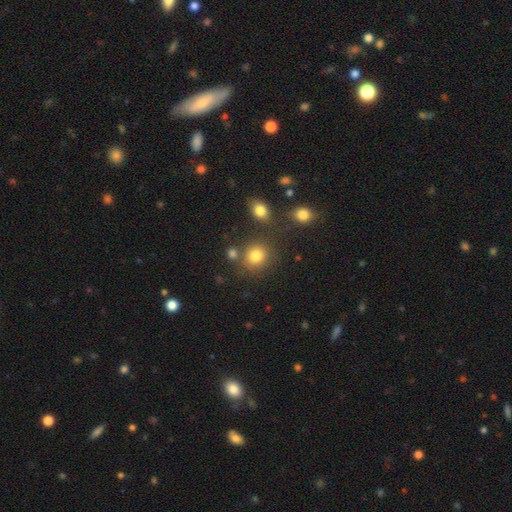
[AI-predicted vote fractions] The model was most divided on "how rounded": round: 79%, in between: 20%, cigar-shaped: 1%. More confident: smooth or featured — smooth (81%); merging — none (72%).